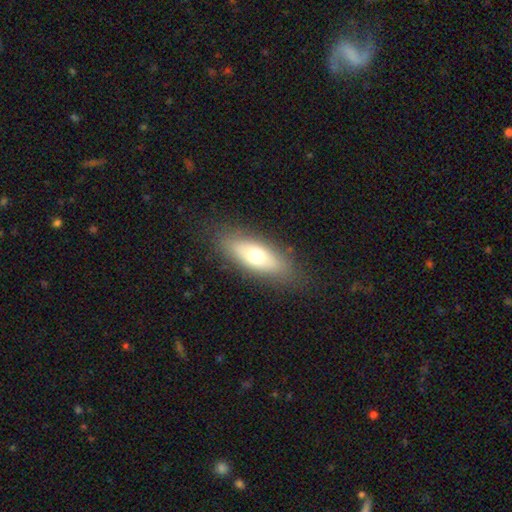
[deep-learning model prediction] Smooth or featured?
  - smooth: 64% *
  - featured or disk: 28%
  - star or artifact: 8%
How rounded?
  - in between: 71% *
  - cigar-shaped: 25%
  - round: 4%
Merging?
  - none: 82% *
  - minor disturbance: 12%
  - major disturbance: 4%
  - merger: 1%